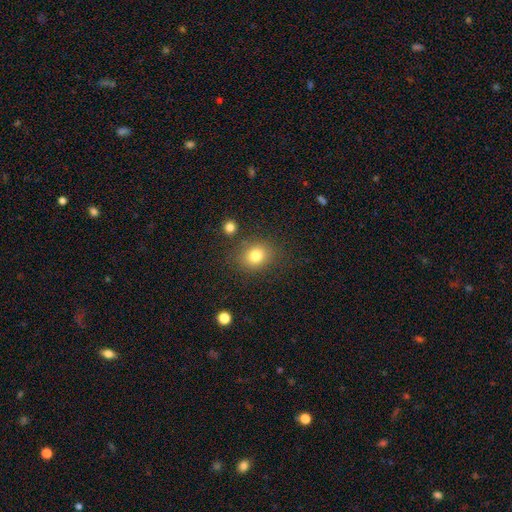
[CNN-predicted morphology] Smooth or featured? Predicted: smooth (p=0.80). How rounded? Predicted: round (p=0.64). Merging? Predicted: none (p=0.81).